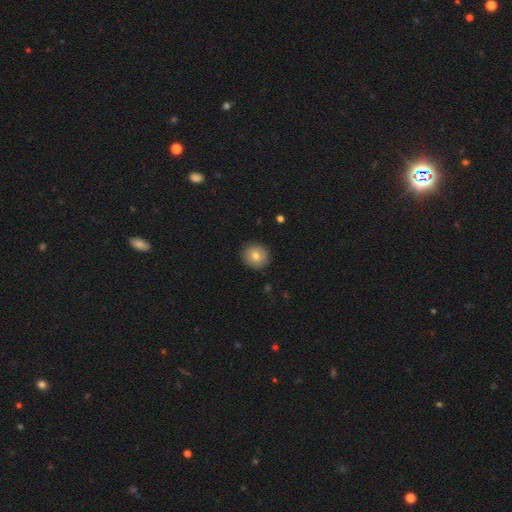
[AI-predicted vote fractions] Overall: smooth (76%). How rounded: round (86%). Merging: none (90%).